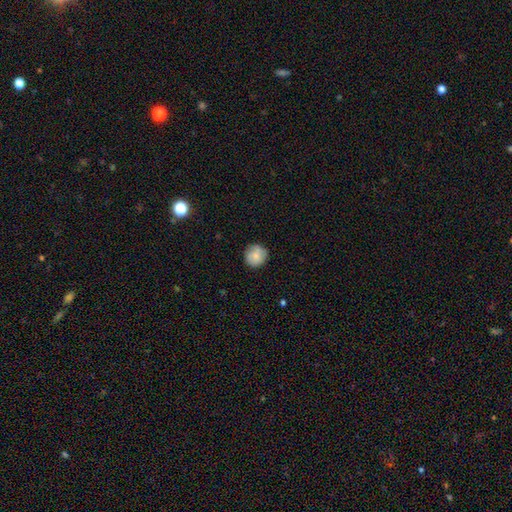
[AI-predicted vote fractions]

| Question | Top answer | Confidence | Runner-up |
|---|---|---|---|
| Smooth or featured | smooth | 76% | featured or disk (16%) |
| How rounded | round | 92% | in between (7%) |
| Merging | none | 83% | minor disturbance (13%) |